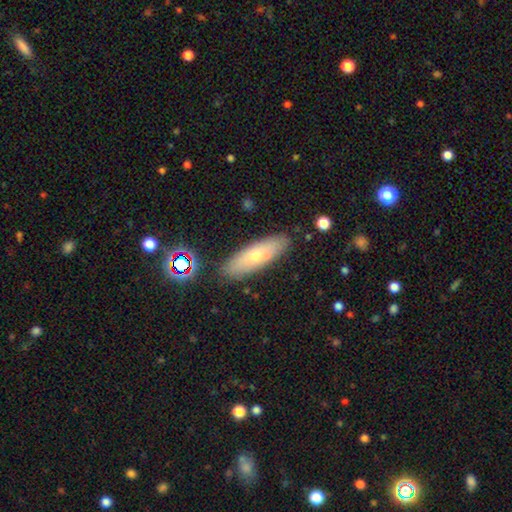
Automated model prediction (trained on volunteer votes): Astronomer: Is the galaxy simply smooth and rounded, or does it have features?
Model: smooth — 58% (runner-up: featured or disk, 33%).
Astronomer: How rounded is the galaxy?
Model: cigar-shaped — 49% (runner-up: in between, 48%).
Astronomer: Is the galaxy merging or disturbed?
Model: none — 83%.